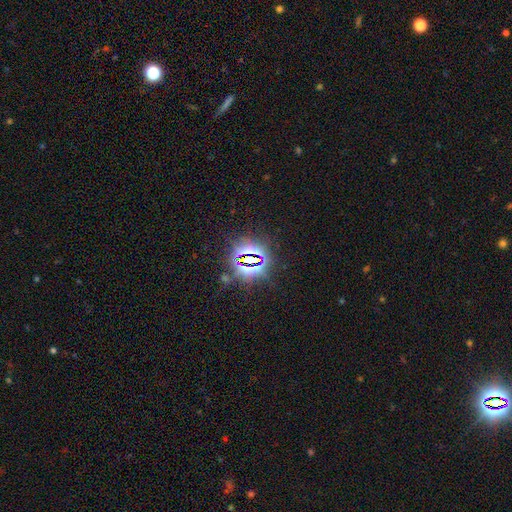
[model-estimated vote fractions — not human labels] This appears to be a star or artifact, not a galaxy (80%).